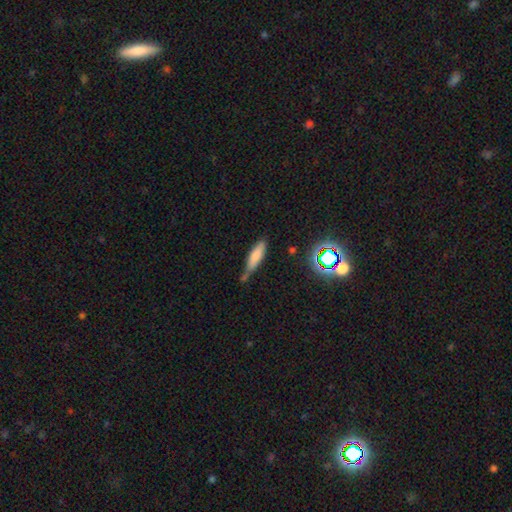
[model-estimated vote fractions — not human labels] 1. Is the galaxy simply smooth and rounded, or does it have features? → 75% smooth, 16% featured or disk, 10% star or artifact.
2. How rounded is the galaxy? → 67% cigar-shaped, 31% in between, 2% round.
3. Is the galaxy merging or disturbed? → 48% none, 31% minor disturbance, 13% merger, 9% major disturbance.